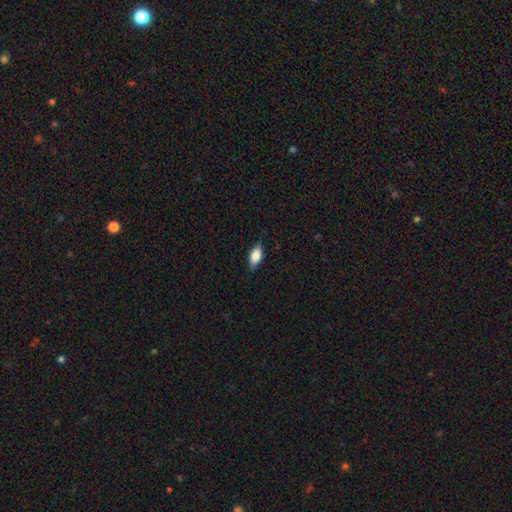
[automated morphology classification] This is likely a smooth galaxy (79%). How rounded: clearly in between (86%). Merging: clearly none (81%).